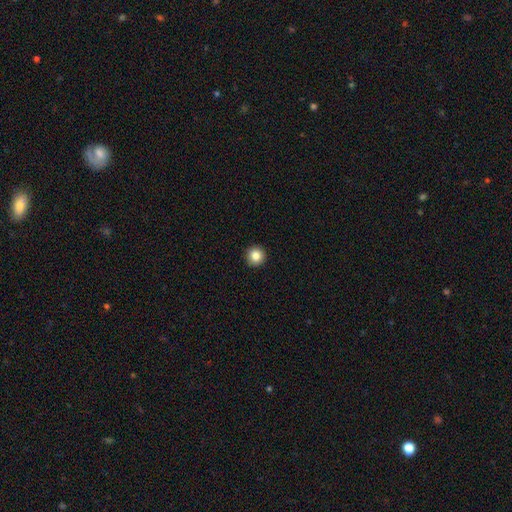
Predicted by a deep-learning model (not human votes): A smooth galaxy with no disk features (85%) that is round (95%).

Vote fractions:
- Smooth or featured? smooth: 85% / star or artifact: 10% / featured or disk: 6%
- How rounded? round: 95% / in between: 4% / cigar-shaped: 1%
- Merging? none: 93% / minor disturbance: 4% / major disturbance: 1% / merger: 1%